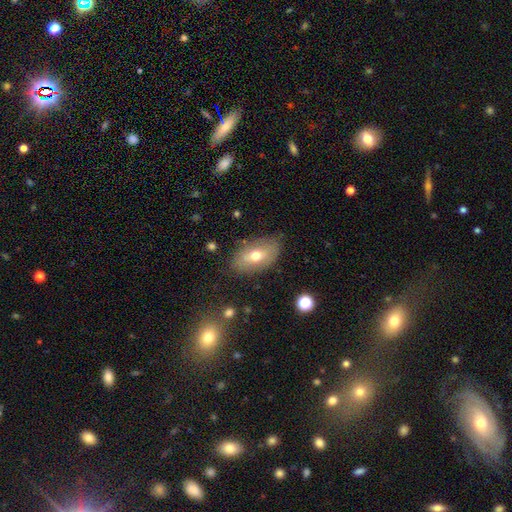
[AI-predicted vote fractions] Morphology: type=smooth (61%); roundness=in between (90%); merging=none (78%).